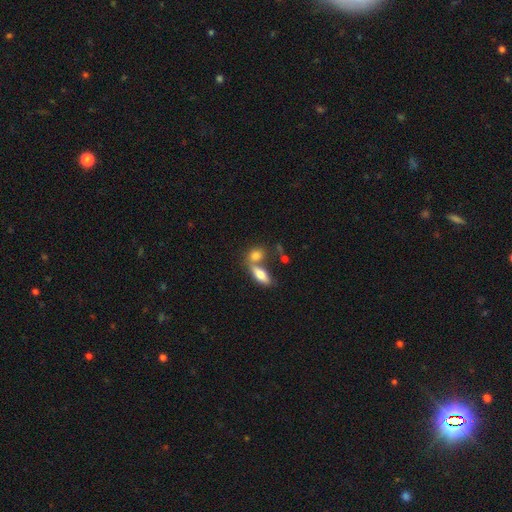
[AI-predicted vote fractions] Overall: smooth (77%). How rounded: in between (65%). Merging: merger (46%; none 40%).